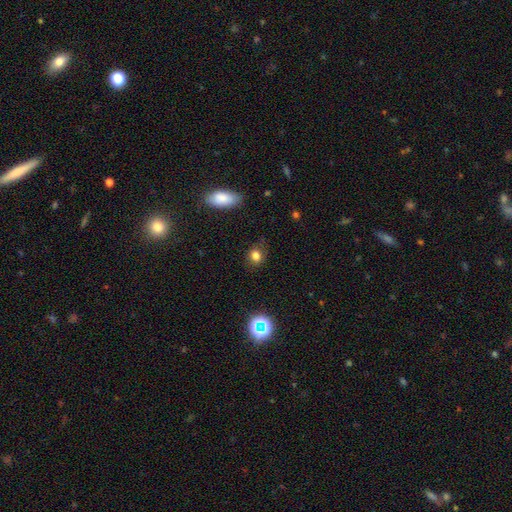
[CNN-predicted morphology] A smooth galaxy with no disk features (79%) that is round (61%).

Vote fractions:
- Smooth or featured? smooth: 79% / star or artifact: 14% / featured or disk: 7%
- How rounded? round: 61% / in between: 38% / cigar-shaped: 1%
- Merging? none: 73% / minor disturbance: 19% / major disturbance: 6% / merger: 2%